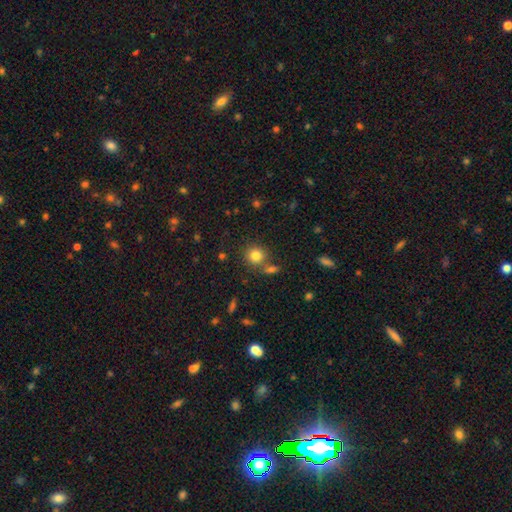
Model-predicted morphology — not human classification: This is clearly a smooth galaxy (81%). How rounded: clearly round (89%). Merging: likely none (74%).